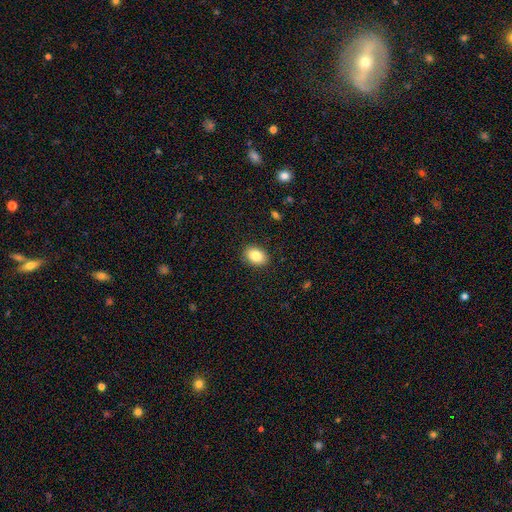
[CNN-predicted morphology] type=smooth (86%); roundness=in between (77%); merging=none (89%).